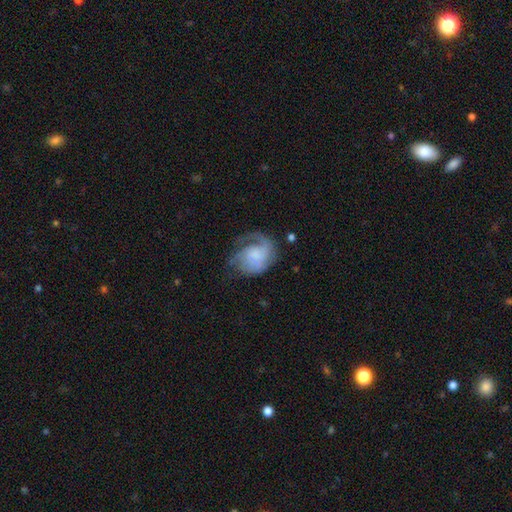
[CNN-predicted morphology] Smooth or featured?
  - featured or disk: 66% *
  - smooth: 27%
  - star or artifact: 7%
Edge-on disk?
  - no: 98% *
  - yes: 2%
Bar?
  - no: 70% *
  - weak: 27%
  - strong: 4%
Spiral arms?
  - yes: 89% *
  - no: 11%
Spiral winding?
  - medium: 39% *
  - tight: 37%
  - loose: 24%
Spiral arm count?
  - 1: 47% *
  - 2: 23%
  - can't tell: 17%
  - 3: 8%
  - 4: 2%
  - more than 4: 2%
Bulge size?
  - none: 36% *
  - small: 26%
  - moderate: 22%
  - large: 13%
  - dominant: 3%
Merging?
  - none: 46% *
  - major disturbance: 28%
  - minor disturbance: 24%
  - merger: 2%